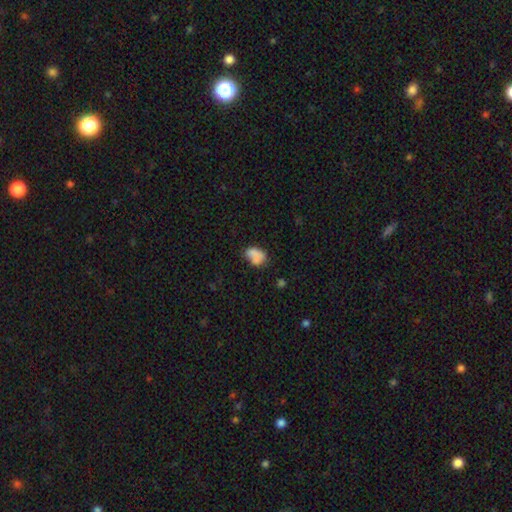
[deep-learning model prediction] Smooth or featured: smooth — 76% (featured or disk — 14%)
How rounded: in between — 80% (round — 19%)
Merging: none — 45% (minor disturbance — 27%)